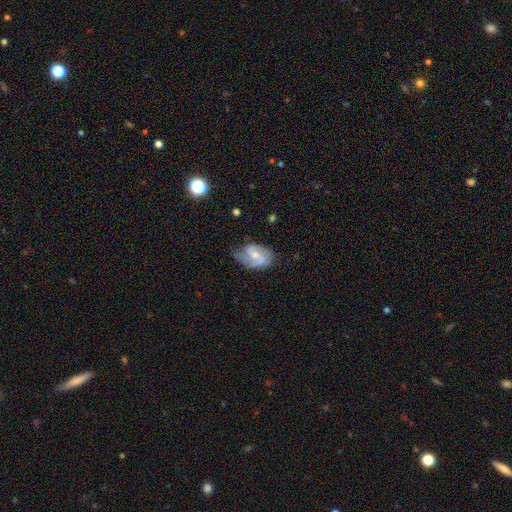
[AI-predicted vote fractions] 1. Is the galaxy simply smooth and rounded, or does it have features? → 80% featured or disk, 15% smooth, 5% star or artifact.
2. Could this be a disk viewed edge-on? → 97% no, 3% yes.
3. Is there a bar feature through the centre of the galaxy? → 53% weak, 28% no, 19% strong.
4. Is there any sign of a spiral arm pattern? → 95% yes, 5% no.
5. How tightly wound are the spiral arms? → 49% medium, 29% loose, 22% tight.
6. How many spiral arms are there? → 83% 2, 7% can't tell, 5% 1, 3% 3, 1% 4, 1% more than 4.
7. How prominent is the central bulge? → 50% small, 43% moderate, 4% none, 2% large, 1% dominant.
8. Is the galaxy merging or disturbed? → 63% none, 26% minor disturbance, 9% major disturbance, 2% merger.